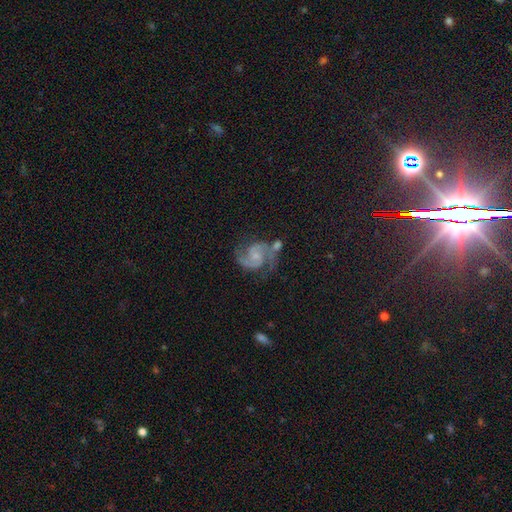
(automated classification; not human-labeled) Smooth or featured?
  - featured or disk: 90% *
  - star or artifact: 5%
  - smooth: 5%
Edge-on disk?
  - no: 98% *
  - yes: 2%
Bar?
  - no: 63% *
  - weak: 31%
  - strong: 6%
Spiral arms?
  - yes: 98% *
  - no: 2%
Spiral winding?
  - medium: 60% *
  - tight: 25%
  - loose: 15%
Spiral arm count?
  - 2: 92% *
  - 3: 2%
  - can't tell: 2%
  - 1: 1%
  - 4: 1%
  - more than 4: 1%
Bulge size?
  - small: 59% *
  - moderate: 23%
  - none: 14%
  - large: 2%
  - dominant: 1%
Merging?
  - none: 63% *
  - minor disturbance: 18%
  - merger: 10%
  - major disturbance: 8%